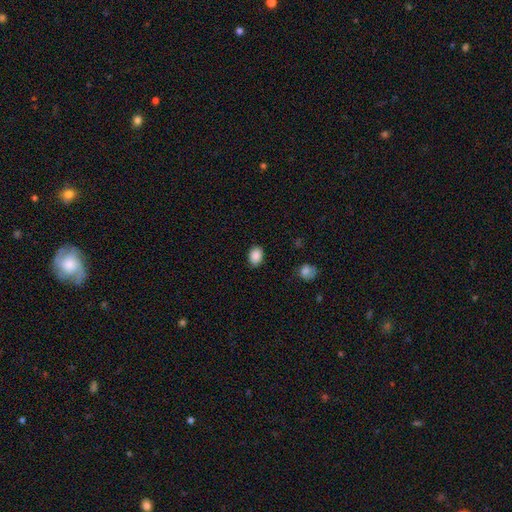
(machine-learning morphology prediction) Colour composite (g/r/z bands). It shows a smooth galaxy with no disk features (88%) that is in between round and cigar-shaped (70%). Merging: none (85%).